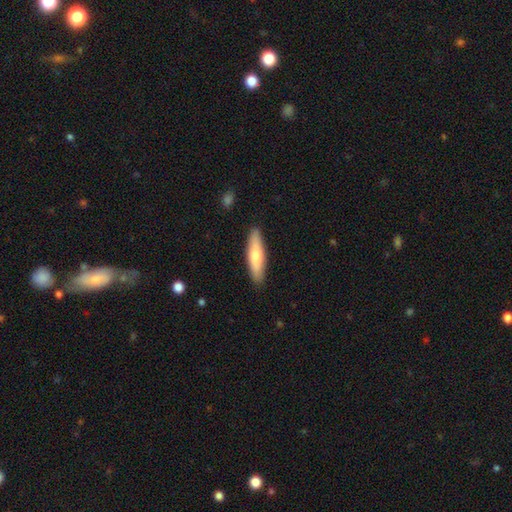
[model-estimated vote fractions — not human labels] A smooth galaxy with no disk features (69%) that is cigar-shaped (73%).

Vote fractions:
- Smooth or featured? smooth: 69% / featured or disk: 26% / star or artifact: 5%
- How rounded? cigar-shaped: 73% / in between: 25% / round: 2%
- Merging? none: 89% / minor disturbance: 8% / major disturbance: 2% / merger: 1%